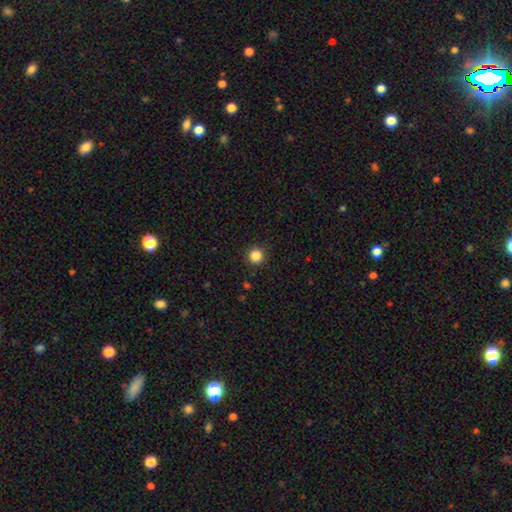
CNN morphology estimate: smooth 85%, star or artifact 11%, featured or disk 4%. Down the decision tree: how rounded — round (94%); merging — none (90%).